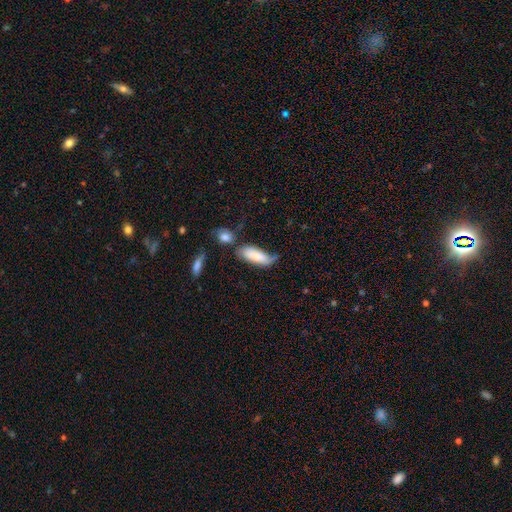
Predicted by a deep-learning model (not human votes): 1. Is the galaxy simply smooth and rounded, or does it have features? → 79% smooth, 15% featured or disk, 7% star or artifact.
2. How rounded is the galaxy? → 72% in between, 26% cigar-shaped, 2% round.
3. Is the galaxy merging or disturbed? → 46% none, 31% minor disturbance, 12% major disturbance, 12% merger.